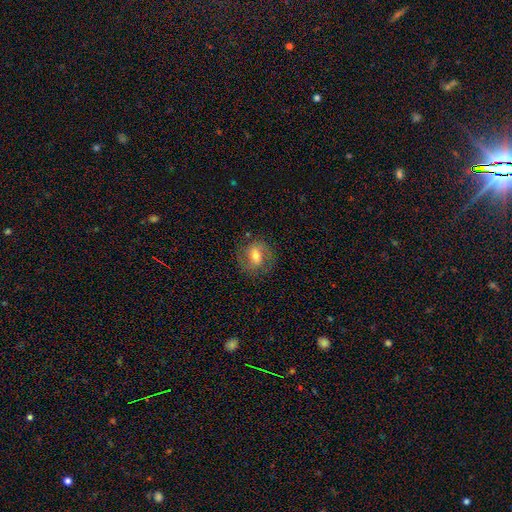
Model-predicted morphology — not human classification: type=featured or disk (53%); edge-on=no (95%); bar=weak (44%); spiral arms=yes (78%); bulge=moderate (64%); merging=none (78%).